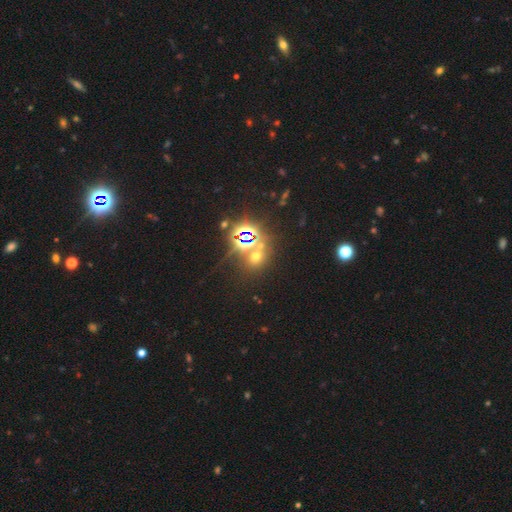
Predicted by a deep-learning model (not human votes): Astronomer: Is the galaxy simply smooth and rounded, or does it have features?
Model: star or artifact — 57% (runner-up: smooth, 34%).